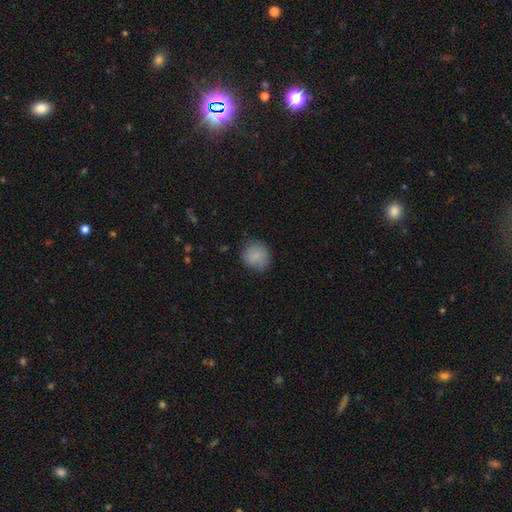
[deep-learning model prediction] A smooth galaxy with no disk features (85%) that is round (84%). Merging: none (80%).